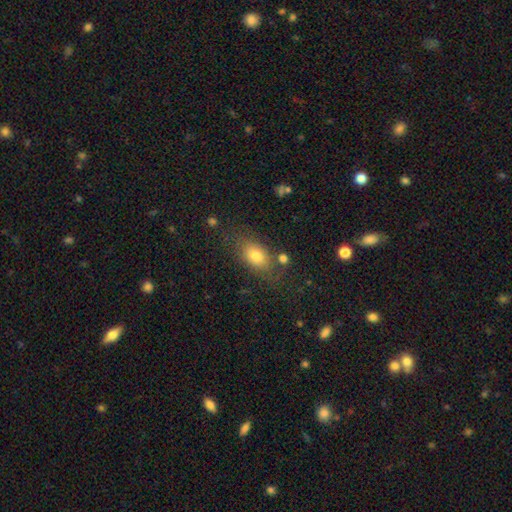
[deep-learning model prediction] Smooth or featured?
  - smooth: 78% *
  - featured or disk: 12%
  - star or artifact: 11%
How rounded?
  - in between: 84% *
  - round: 12%
  - cigar-shaped: 4%
Merging?
  - none: 73% *
  - minor disturbance: 15%
  - major disturbance: 6%
  - merger: 5%